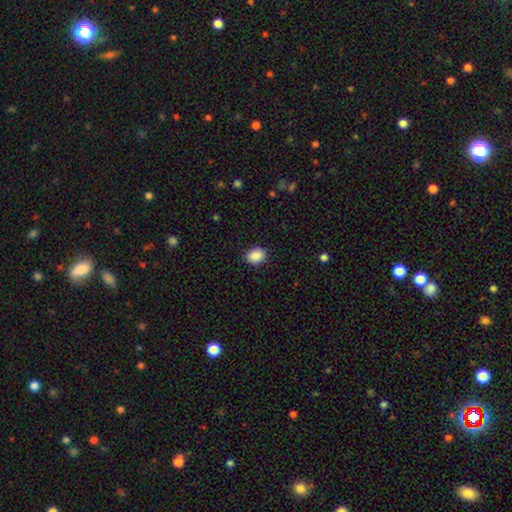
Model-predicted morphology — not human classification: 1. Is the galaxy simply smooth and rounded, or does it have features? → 90% smooth, 8% star or artifact, 2% featured or disk.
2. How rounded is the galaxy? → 57% in between, 42% round, 1% cigar-shaped.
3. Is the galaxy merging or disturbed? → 89% none, 8% minor disturbance, 2% major disturbance, 1% merger.